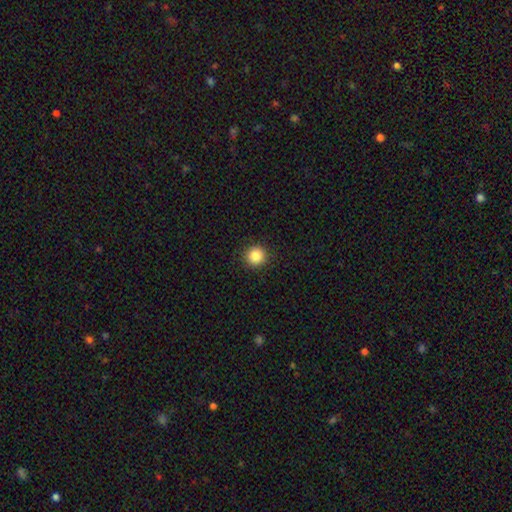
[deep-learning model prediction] smooth 86%, star or artifact 10%, featured or disk 4%. Down the decision tree: how rounded — round (95%); merging — none (93%).